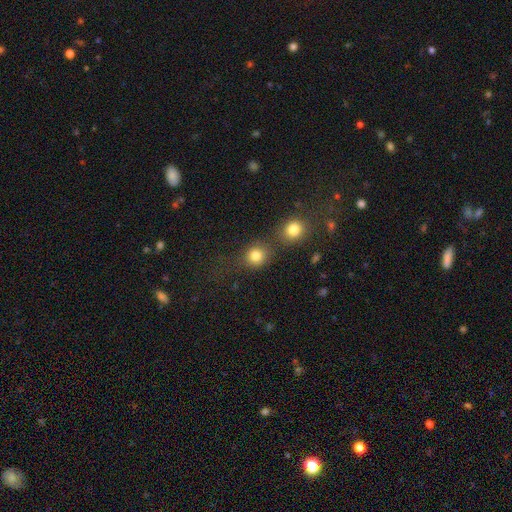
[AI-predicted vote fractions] smooth_or_featured: smooth (p=0.81) [alt: star or artifact p=0.13]
how_rounded: round (p=0.86) [alt: in between p=0.13]
merging: none (p=0.59) [alt: merger p=0.26]